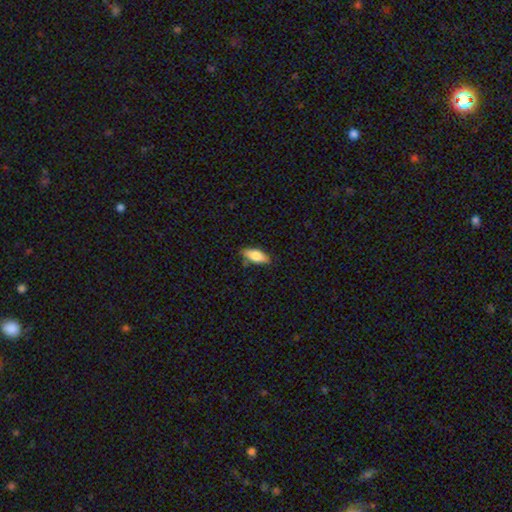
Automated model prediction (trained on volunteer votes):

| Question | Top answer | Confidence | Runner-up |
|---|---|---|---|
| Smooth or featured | smooth | 78% | featured or disk (15%) |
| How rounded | in between | 80% | cigar-shaped (18%) |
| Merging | none | 79% | minor disturbance (16%) |